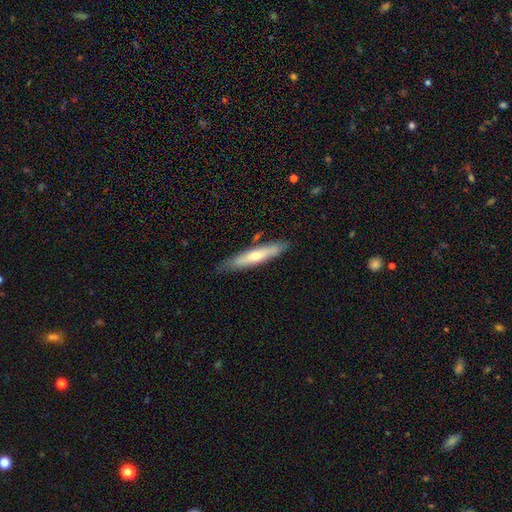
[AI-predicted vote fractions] A smooth galaxy with no disk features (54%) that is cigar-shaped (87%). Merging: none (81%).